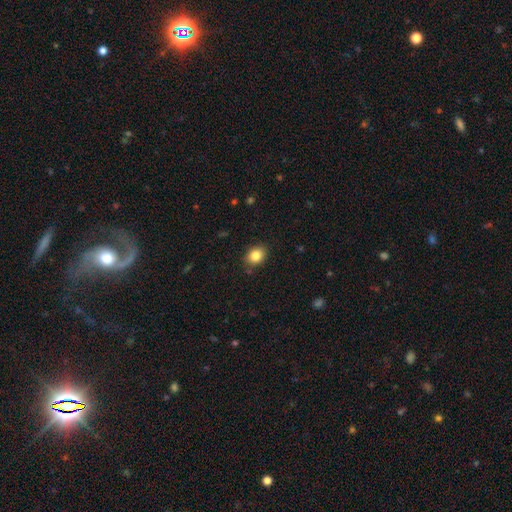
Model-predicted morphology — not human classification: Smooth or featured?
  - smooth: 84% *
  - star or artifact: 9%
  - featured or disk: 7%
How rounded?
  - in between: 61% *
  - round: 38%
  - cigar-shaped: 1%
Merging?
  - none: 86% *
  - minor disturbance: 10%
  - major disturbance: 2%
  - merger: 1%